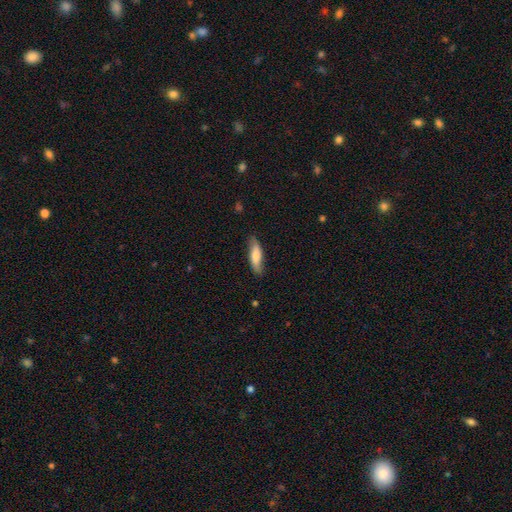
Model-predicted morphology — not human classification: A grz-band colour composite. It shows a smooth galaxy with no disk features (67%) that is cigar-shaped (60%). Merging: none (77%).